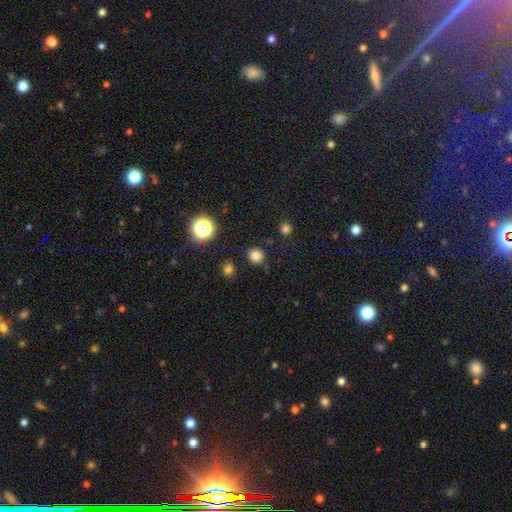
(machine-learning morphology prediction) Q: Smooth or featured?
A: smooth (80%); runner-up: star or artifact (16%)
Q: How rounded?
A: round (85%); runner-up: in between (14%)
Q: Merging?
A: none (87%); runner-up: minor disturbance (8%)